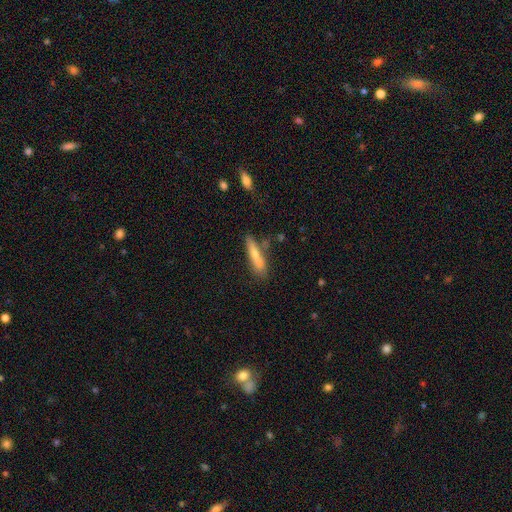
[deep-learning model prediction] This appears to be a smooth galaxy with no disk features (63%) that is cigar-shaped (84%). Merging: none (64%).